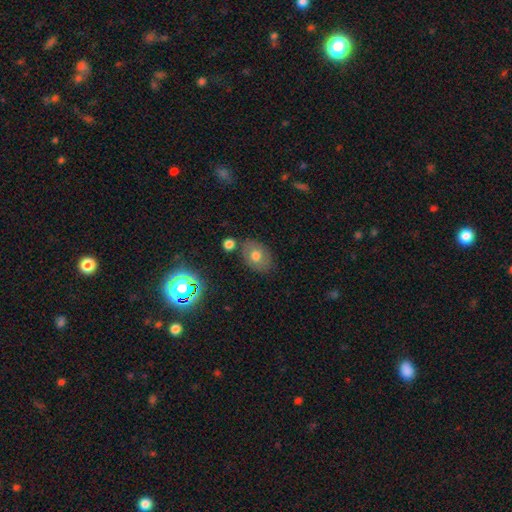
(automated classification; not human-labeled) A smooth galaxy with no disk features (64%) that is in between round and cigar-shaped (71%). Merging: none (76%).